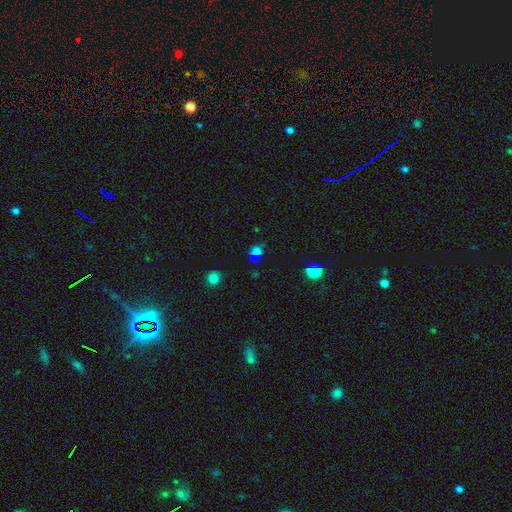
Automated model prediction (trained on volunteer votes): This appears to be a smooth galaxy with no disk features (49%). Merging: none (67%).